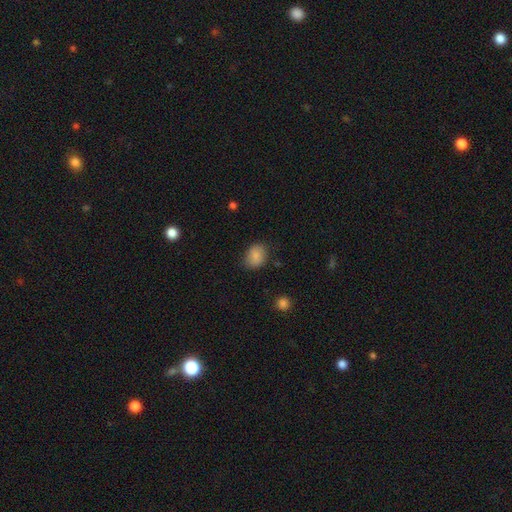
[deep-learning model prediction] Q: Smooth or featured?
A: smooth (86%); runner-up: star or artifact (8%)
Q: How rounded?
A: in between (59%); runner-up: round (40%)
Q: Merging?
A: none (78%); runner-up: minor disturbance (17%)